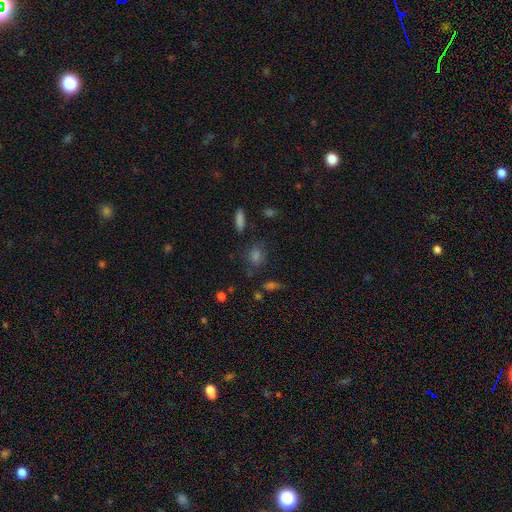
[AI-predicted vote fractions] A smooth galaxy with no disk features (67%) that is round (62%).

Vote fractions:
- Smooth or featured? smooth: 67% / star or artifact: 23% / featured or disk: 10%
- How rounded? round: 62% / in between: 35% / cigar-shaped: 3%
- Merging? none: 76% / minor disturbance: 14% / major disturbance: 6% / merger: 4%